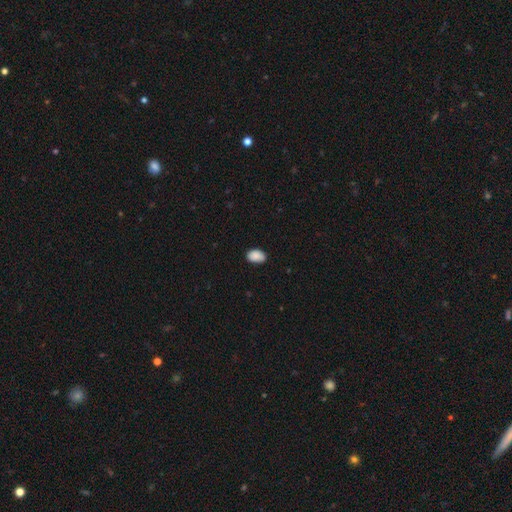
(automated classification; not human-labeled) Smooth or featured?
  - smooth: 88% *
  - star or artifact: 7%
  - featured or disk: 5%
How rounded?
  - in between: 87% *
  - round: 12%
  - cigar-shaped: 1%
Merging?
  - none: 80% *
  - minor disturbance: 16%
  - major disturbance: 2%
  - merger: 1%